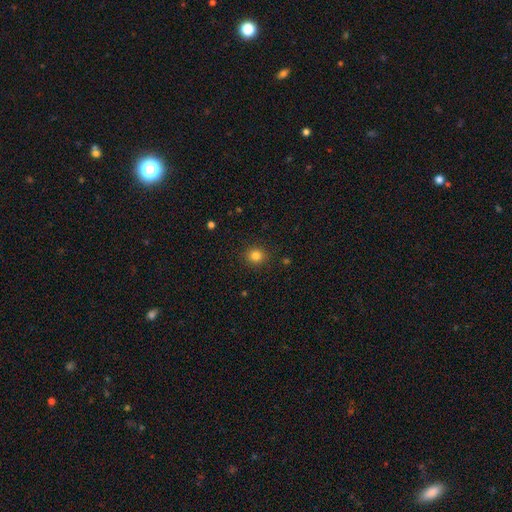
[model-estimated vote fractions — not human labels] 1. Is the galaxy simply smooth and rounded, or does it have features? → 82% smooth, 13% star or artifact, 5% featured or disk.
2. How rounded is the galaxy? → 87% round, 12% in between, 1% cigar-shaped.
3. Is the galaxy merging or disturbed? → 91% none, 6% minor disturbance, 2% major disturbance, 1% merger.